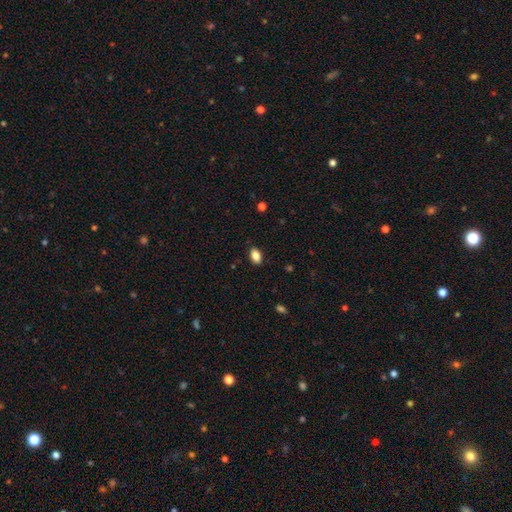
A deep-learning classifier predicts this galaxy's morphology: A smooth galaxy with no disk features (86%) that is in between round and cigar-shaped (89%).

Vote fractions:
- Smooth or featured? smooth: 86% / star or artifact: 8% / featured or disk: 6%
- How rounded? in between: 89% / round: 9% / cigar-shaped: 2%
- Merging? none: 87% / minor disturbance: 10% / major disturbance: 2% / merger: 1%